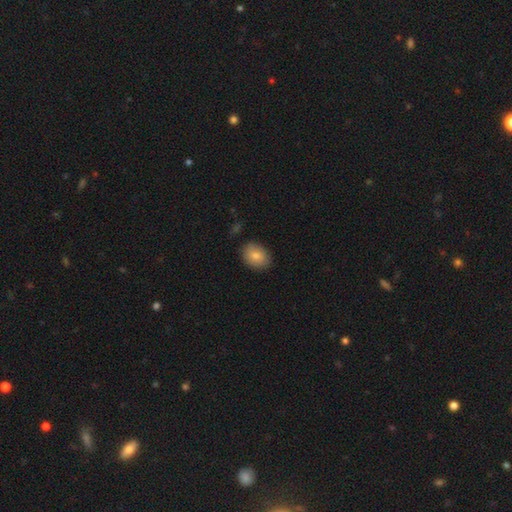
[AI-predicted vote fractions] smooth_or_featured: smooth (p=0.82) [alt: featured or disk p=0.11]
how_rounded: in between (p=0.66) [alt: round p=0.33]
merging: none (p=0.86) [alt: minor disturbance p=0.11]